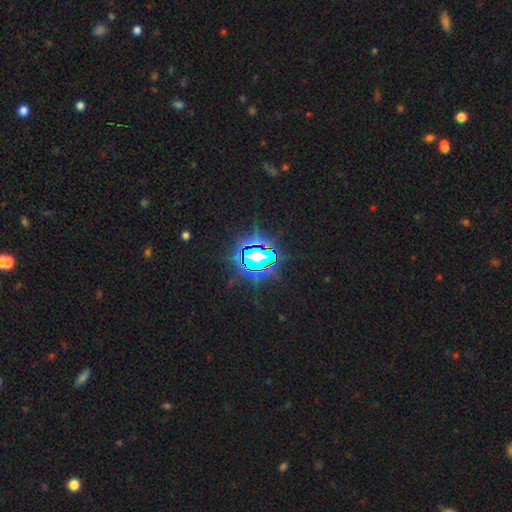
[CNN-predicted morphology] type=star or artifact (76%).